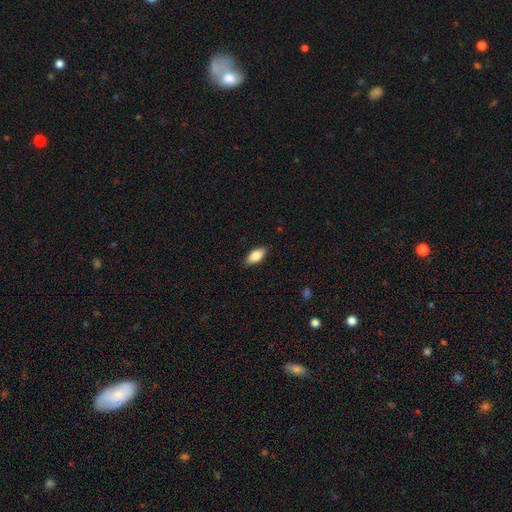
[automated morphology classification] smooth 85%, featured or disk 8%, star or artifact 7%. Down the decision tree: how rounded — in between (89%); merging — none (87%).